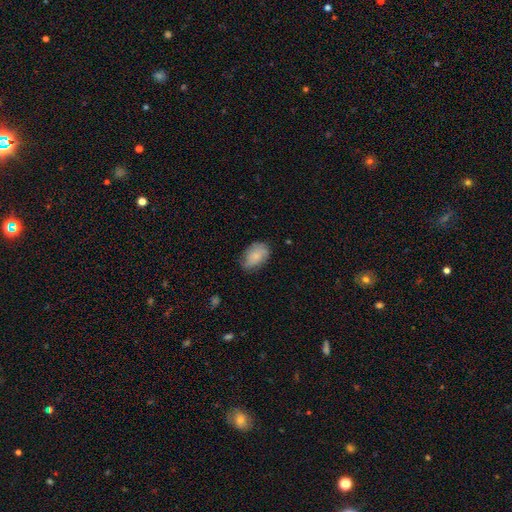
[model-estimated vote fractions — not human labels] smooth 74%, featured or disk 19%, star or artifact 7%. Down the decision tree: how rounded — in between (87%); merging — none (63%).